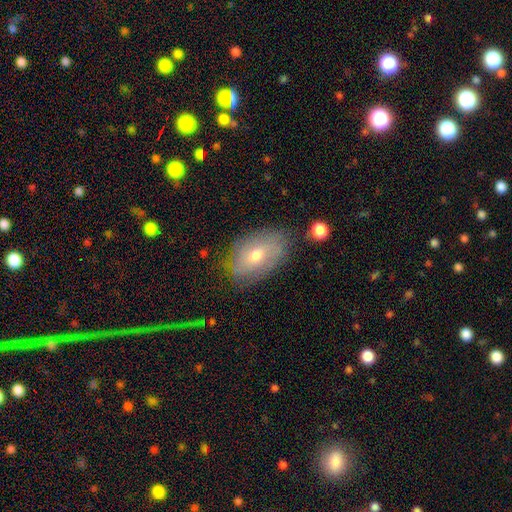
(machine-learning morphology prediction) Overall: smooth (53%; featured or disk 38%). How rounded: in between (88%). Merging: none (74%).